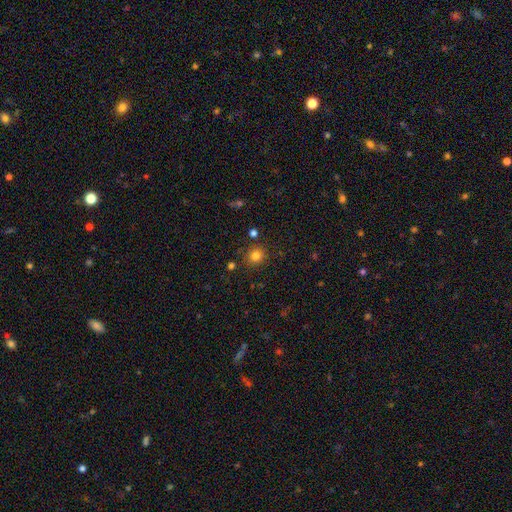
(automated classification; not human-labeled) This appears to be a smooth galaxy with no disk features (80%) that is round (91%). Merging: none (87%).